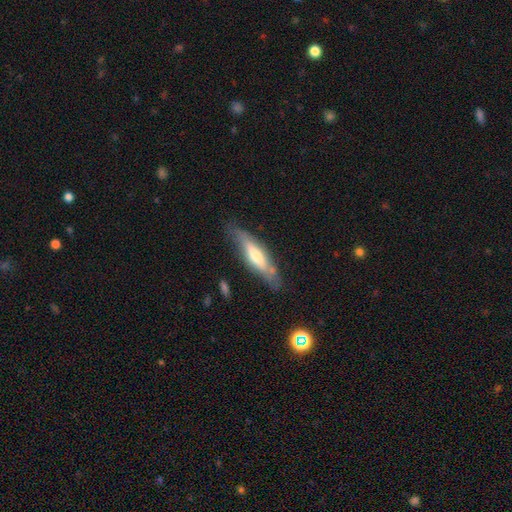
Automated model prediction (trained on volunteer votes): A featured or disk galaxy (50%).

Vote fractions:
- Smooth or featured? featured or disk: 50% / smooth: 44% / star or artifact: 6%
- Merging? none: 71% / minor disturbance: 20% / major disturbance: 6% / merger: 3%